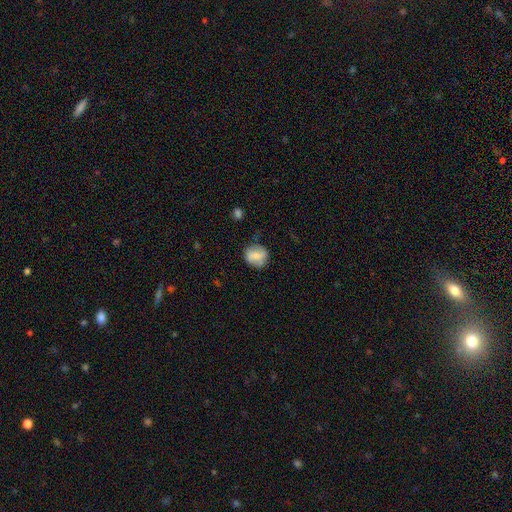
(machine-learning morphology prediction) Smooth or featured: smooth — 60% (featured or disk — 32%)
How rounded: round — 75% (in between — 24%)
Merging: none — 68% (minor disturbance — 22%)